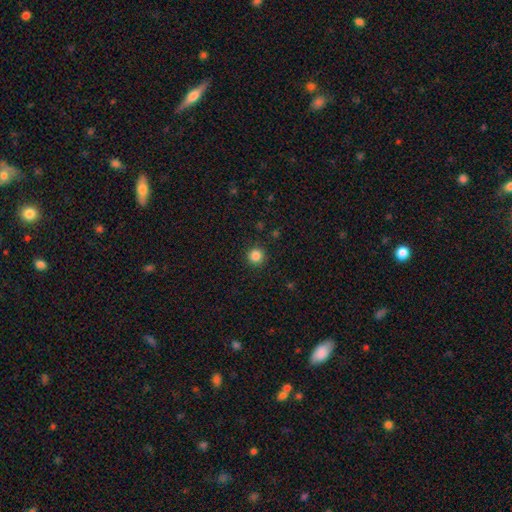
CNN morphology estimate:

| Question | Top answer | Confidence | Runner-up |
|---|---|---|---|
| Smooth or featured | smooth | 85% | star or artifact (12%) |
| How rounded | round | 95% | in between (4%) |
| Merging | none | 92% | minor disturbance (5%) |